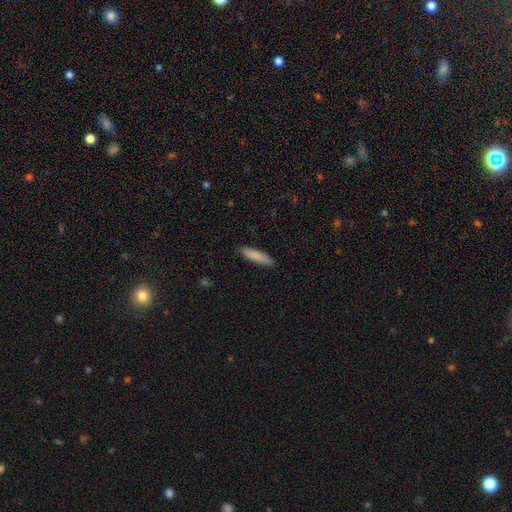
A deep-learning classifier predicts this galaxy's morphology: This is clearly a smooth galaxy (86%). How rounded: likely cigar-shaped (78%). Merging: clearly none (89%).